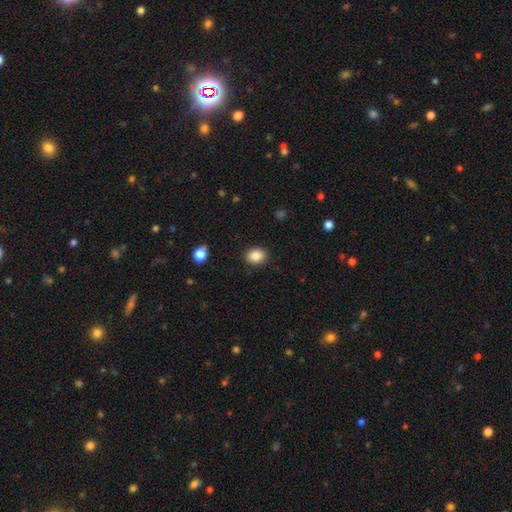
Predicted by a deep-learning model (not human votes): This is clearly a smooth galaxy (86%). How rounded: possibly in between (58%). Merging: clearly none (88%).